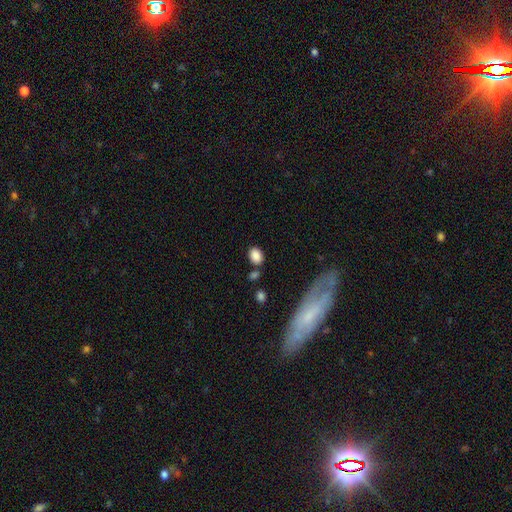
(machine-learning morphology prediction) Smooth or featured: smooth — 86% (star or artifact — 8%)
How rounded: in between — 76% (round — 23%)
Merging: none — 72% (minor disturbance — 15%)